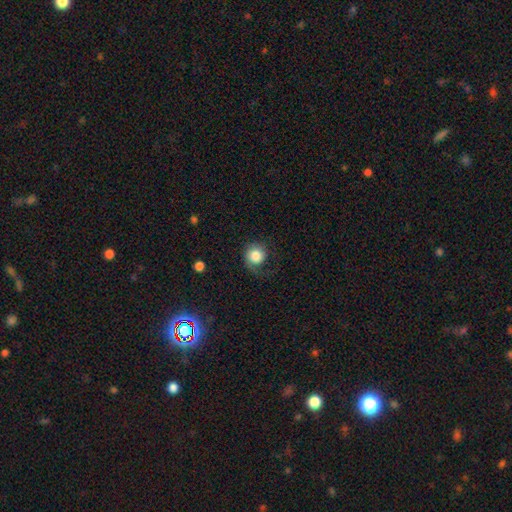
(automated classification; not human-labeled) Smooth or featured? Predicted: smooth (p=0.77). How rounded? Predicted: round (p=0.87). Merging? Predicted: none (p=0.55).